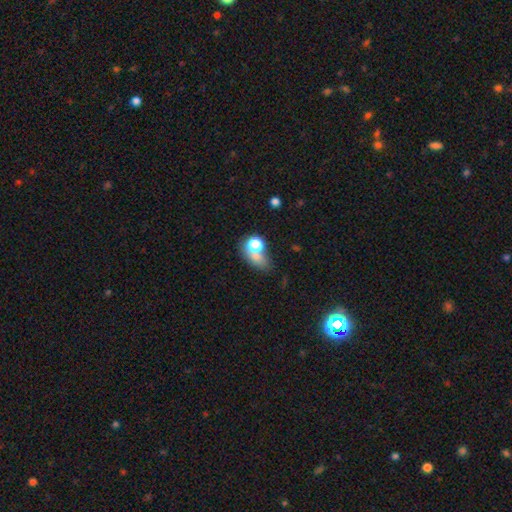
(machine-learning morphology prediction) Smooth or featured? smooth (66%)
How rounded? in between (62%)
Merging? merger (40%)